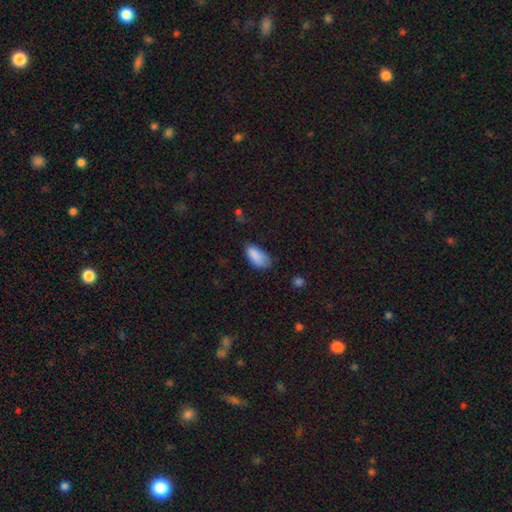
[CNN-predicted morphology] Smooth or featured? Predicted: smooth (p=0.86). How rounded? Predicted: in between (p=0.92). Merging? Predicted: none (p=0.57).